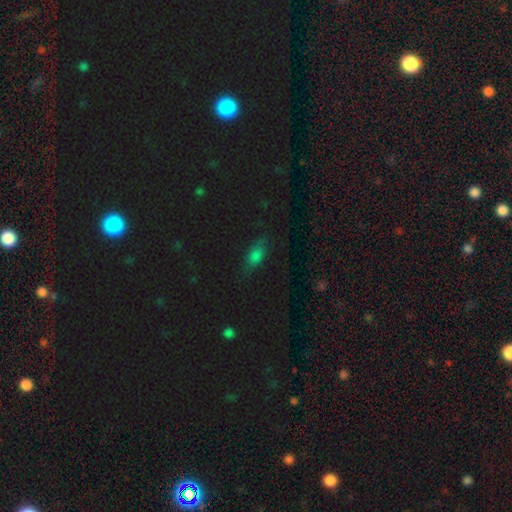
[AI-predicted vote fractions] smooth_or_featured: smooth (p=0.70) [alt: star or artifact p=0.20]
how_rounded: in between (p=0.82) [alt: cigar-shaped p=0.09]
merging: none (p=0.74) [alt: minor disturbance p=0.18]